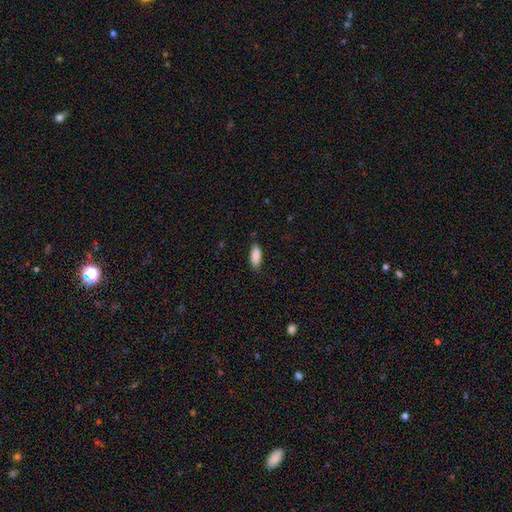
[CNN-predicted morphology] type=smooth (89%); roundness=in between (84%); merging=none (79%).